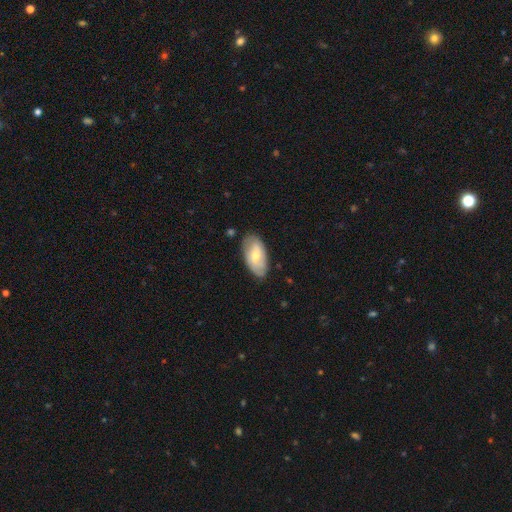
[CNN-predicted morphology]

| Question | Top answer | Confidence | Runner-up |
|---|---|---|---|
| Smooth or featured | smooth | 54% | featured or disk (41%) |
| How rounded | in between | 93% | cigar-shaped (4%) |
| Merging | none | 77% | minor disturbance (18%) |